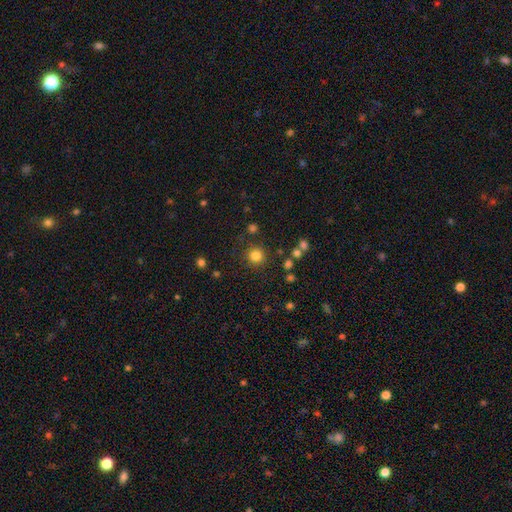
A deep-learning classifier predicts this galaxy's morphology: type=smooth (82%); roundness=round (94%); merging=none (86%).